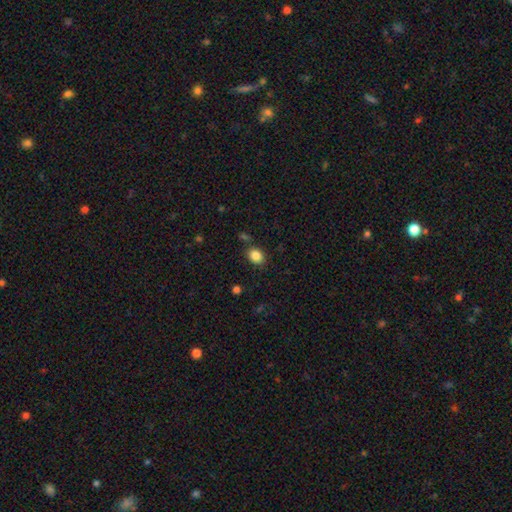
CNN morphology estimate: Overall: smooth (85%). How rounded: in between (55%; round 44%). Merging: none (80%).